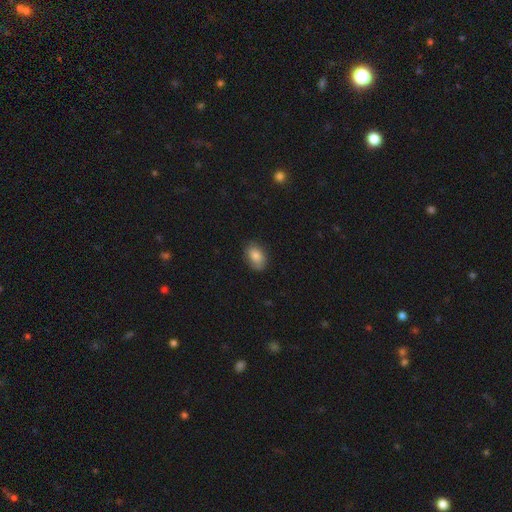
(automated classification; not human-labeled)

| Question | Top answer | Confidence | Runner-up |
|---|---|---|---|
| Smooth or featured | smooth | 83% | featured or disk (9%) |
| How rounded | in between | 86% | round (12%) |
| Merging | none | 80% | minor disturbance (16%) |